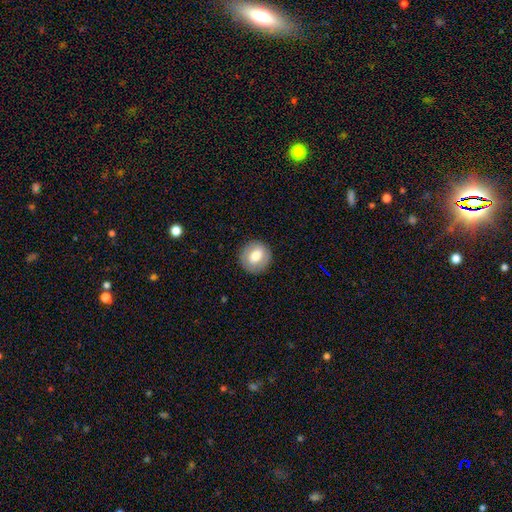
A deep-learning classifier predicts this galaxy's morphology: The model was most divided on "smooth or featured": smooth: 69%, featured or disk: 24%, star or artifact: 7%. More confident: merging — none (89%); how rounded — round (87%).